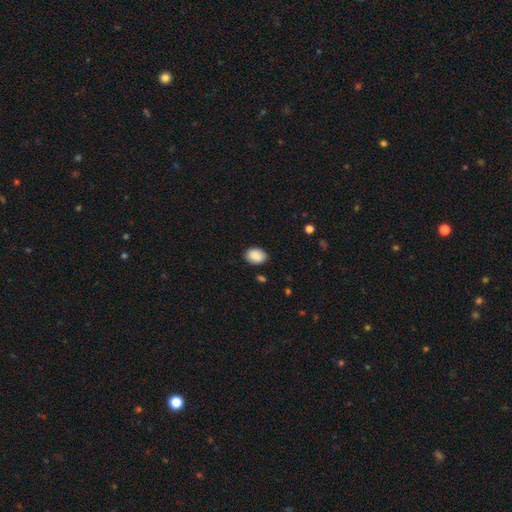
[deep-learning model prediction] Overall: smooth (88%). How rounded: in between (74%). Merging: none (85%).